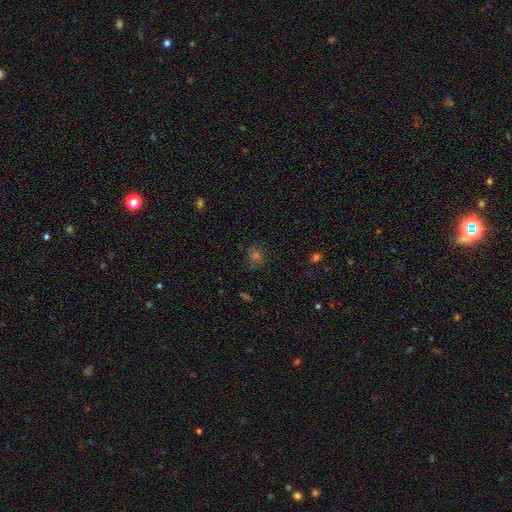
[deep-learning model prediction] This appears to be a smooth galaxy with no disk features (47%). Merging: none (79%).